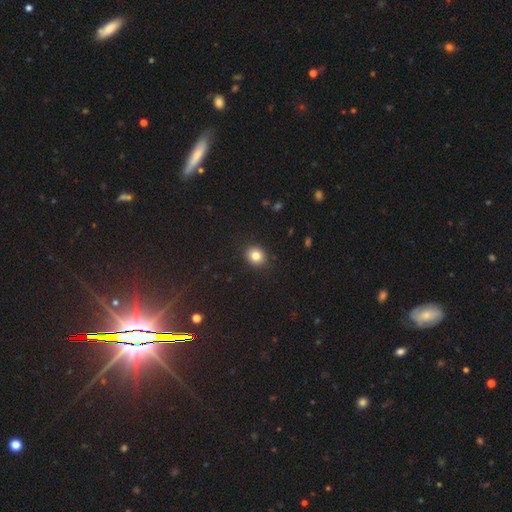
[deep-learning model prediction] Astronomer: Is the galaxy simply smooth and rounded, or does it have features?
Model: smooth — 82%.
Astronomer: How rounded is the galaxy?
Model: round — 70%.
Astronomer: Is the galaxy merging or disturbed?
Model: none — 91%.